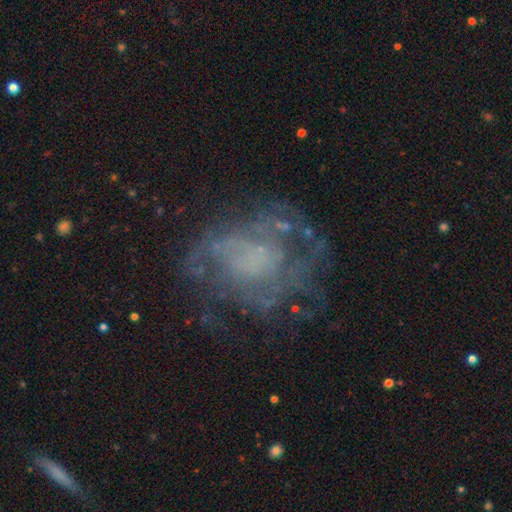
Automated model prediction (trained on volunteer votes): featured or disk 64%, smooth 19%, star or artifact 17%. Down the decision tree: edge-on disk — no (97%); bar — no (84%); spiral arms — yes (53%); bulge size — none (64%); merging — none (58%).